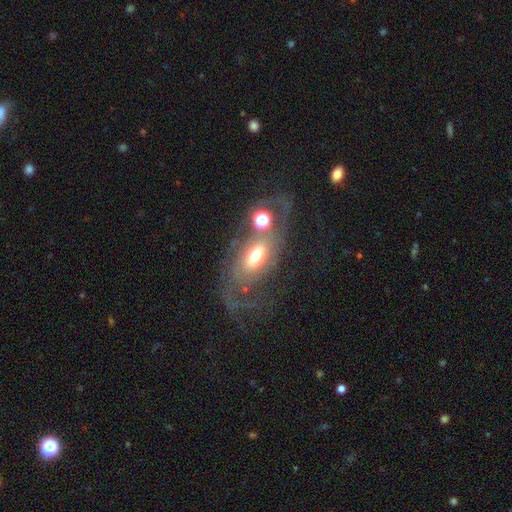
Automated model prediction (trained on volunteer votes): A featured or disk galaxy (55%).

Vote fractions:
- Smooth or featured? featured or disk: 55% / smooth: 34% / star or artifact: 12%
- Edge-on disk? no: 90% / yes: 10%
- Merging? none: 39% / major disturbance: 28% / minor disturbance: 17% / merger: 16%